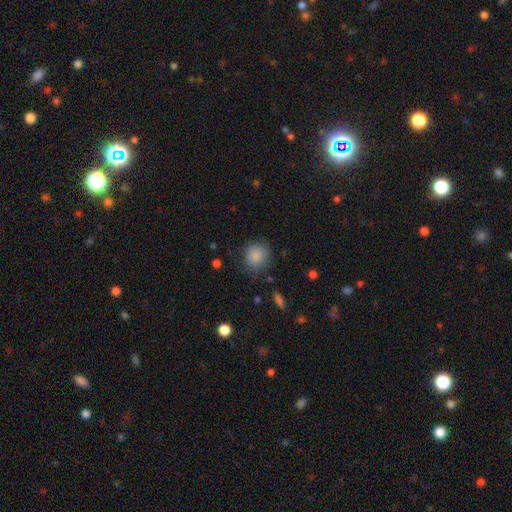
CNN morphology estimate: type=smooth (86%); roundness=round (84%); merging=none (77%).